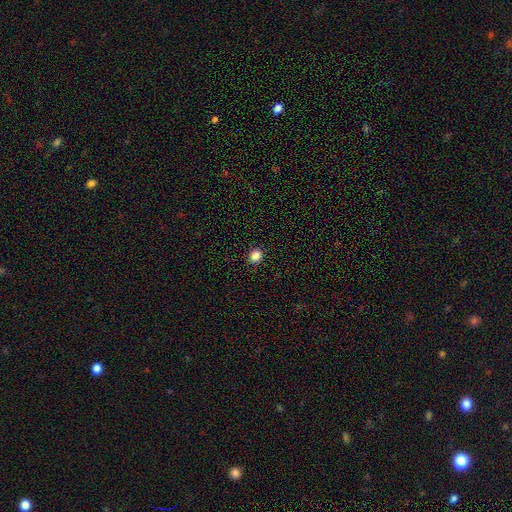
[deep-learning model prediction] smooth-or-featured: smooth: 85% | star or artifact: 11% | featured or disk: 4%
  how-rounded: round: 59% | in between: 40% | cigar-shaped: 1%
  merging: none: 91% | minor disturbance: 7% | major disturbance: 2% | merger: 1%